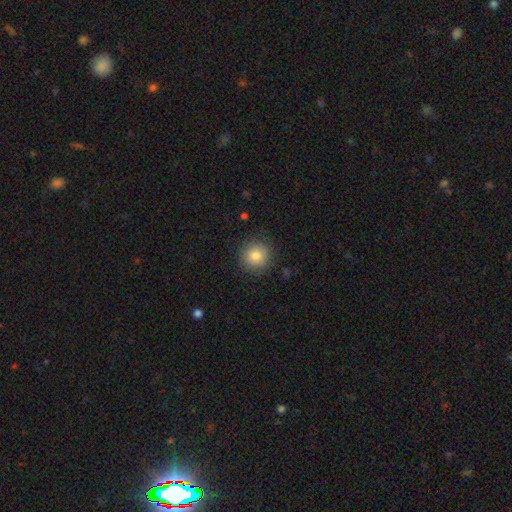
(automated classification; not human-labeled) Q: Smooth or featured?
A: smooth (83%); runner-up: star or artifact (10%)
Q: How rounded?
A: round (93%); runner-up: in between (6%)
Q: Merging?
A: none (88%); runner-up: minor disturbance (9%)